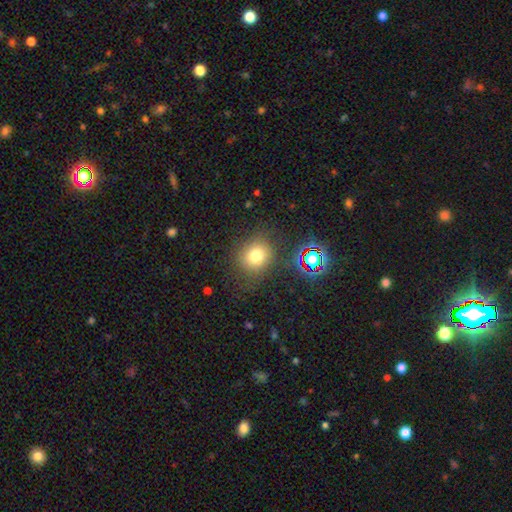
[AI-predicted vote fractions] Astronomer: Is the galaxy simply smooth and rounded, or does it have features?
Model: smooth — 73%.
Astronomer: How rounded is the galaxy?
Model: round — 77%.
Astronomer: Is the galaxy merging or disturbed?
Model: none — 76%.